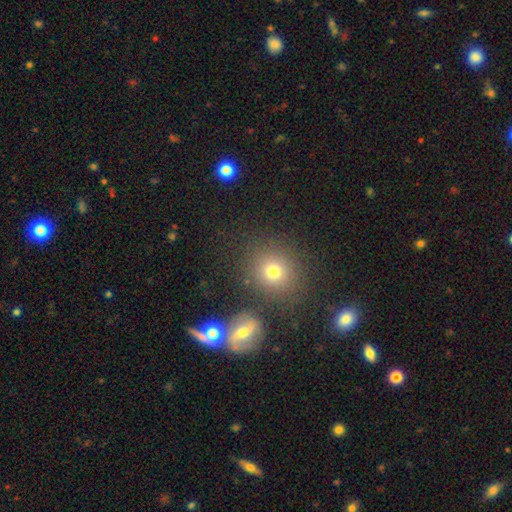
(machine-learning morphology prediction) Overall: smooth (59%; star or artifact 30%). How rounded: round (83%). Merging: none (78%).